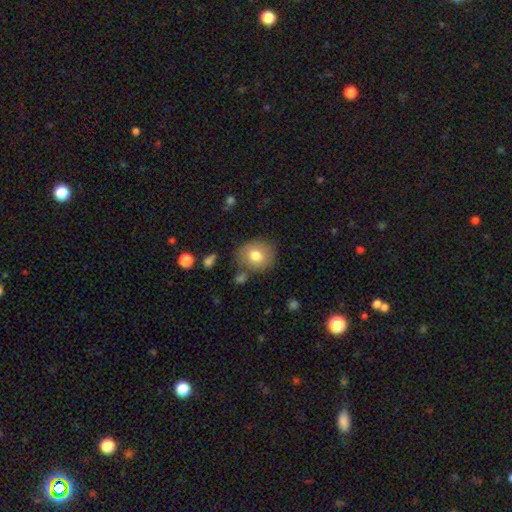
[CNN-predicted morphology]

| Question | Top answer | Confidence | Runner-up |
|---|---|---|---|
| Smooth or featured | smooth | 76% | featured or disk (15%) |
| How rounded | round | 75% | in between (25%) |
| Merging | none | 78% | minor disturbance (13%) |